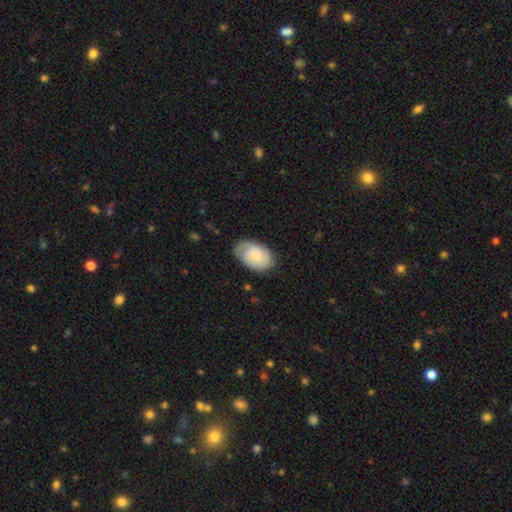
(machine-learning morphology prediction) smooth-or-featured: smooth: 58% | featured or disk: 36% | star or artifact: 6%
  how-rounded: in between: 88% | round: 11% | cigar-shaped: 1%
  merging: none: 67% | minor disturbance: 25% | major disturbance: 6% | merger: 1%